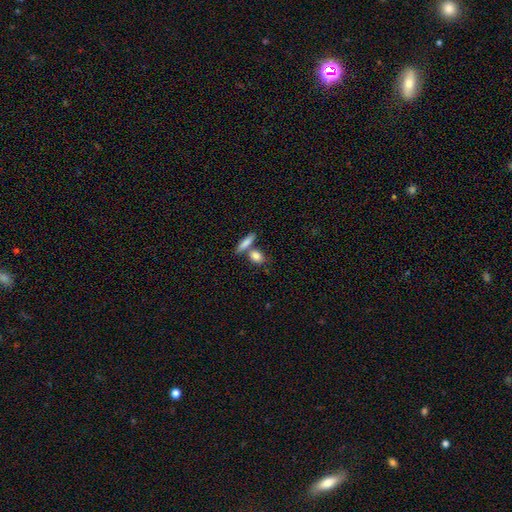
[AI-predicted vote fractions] Smooth or featured: smooth — 83% (featured or disk — 10%)
How rounded: in between — 60% (round — 22%)
Merging: none — 55% (merger — 31%)